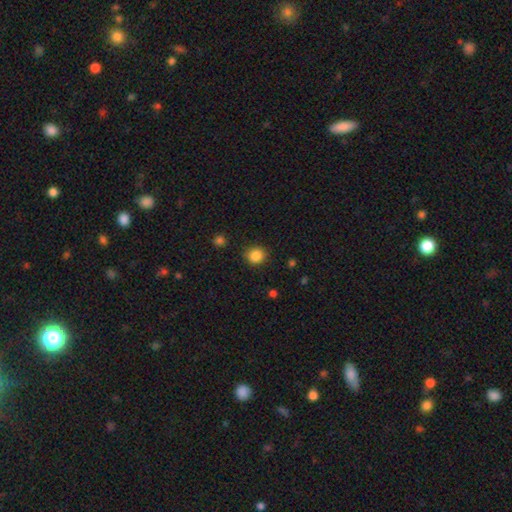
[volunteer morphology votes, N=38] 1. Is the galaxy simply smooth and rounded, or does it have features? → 95% smooth, 3% featured or disk, 3% star or artifact.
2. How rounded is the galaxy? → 94% round, 6% in between, 0% cigar-shaped.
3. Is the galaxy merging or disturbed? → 86% none, 8% minor disturbance, 3% major disturbance, 3% merger.